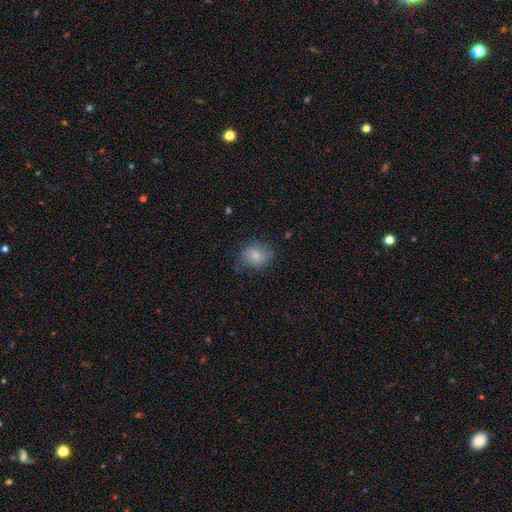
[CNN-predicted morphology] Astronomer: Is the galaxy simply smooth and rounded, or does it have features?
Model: smooth — 79%.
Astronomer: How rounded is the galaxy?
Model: round — 61% (runner-up: in between, 38%).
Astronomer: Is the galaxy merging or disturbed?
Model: none — 71%.